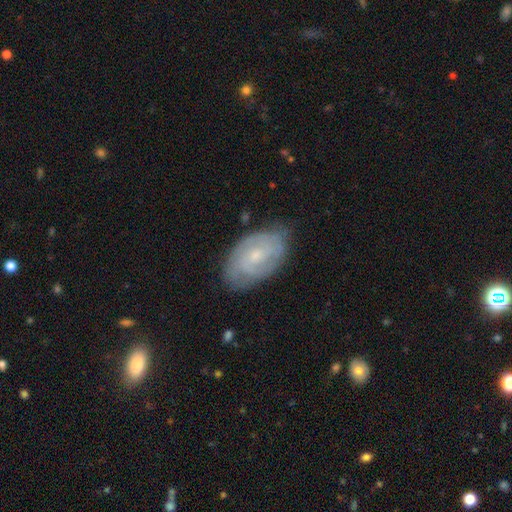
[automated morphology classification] A featured or disk galaxy (72%) with no bar (56%), 2 (43%) tight (60%) spiral arms (89%) and a small central bulge (67%).

Vote fractions:
- Smooth or featured? featured or disk: 72% / smooth: 22% / star or artifact: 7%
- Edge-on disk? no: 96% / yes: 4%
- Bar? no: 56% / weak: 38% / strong: 6%
- Spiral arms? yes: 89% / no: 11%
- Spiral winding? tight: 60% / medium: 31% / loose: 9%
- Spiral arm count? 2: 43% / can't tell: 35% / 3: 11% / 4: 4% / 1: 3% / more than 4: 3%
- Bulge size? small: 67% / moderate: 27% / none: 4% / large: 1% / dominant: 1%
- Merging? none: 76% / minor disturbance: 19% / major disturbance: 4% / merger: 1%